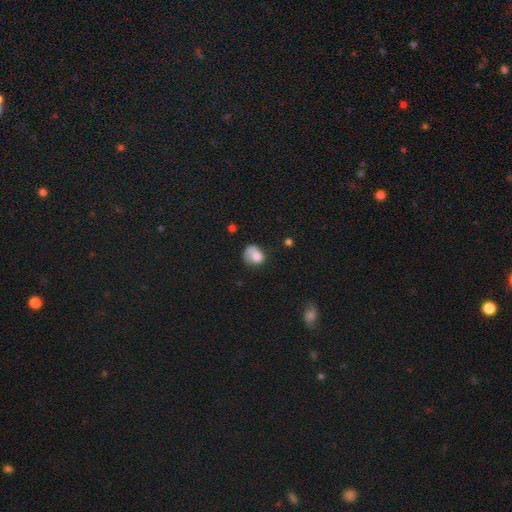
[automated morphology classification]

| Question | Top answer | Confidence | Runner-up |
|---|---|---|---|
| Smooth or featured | smooth | 68% | featured or disk (23%) |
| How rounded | round | 58% | in between (41%) |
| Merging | none | 39% | minor disturbance (28%) |